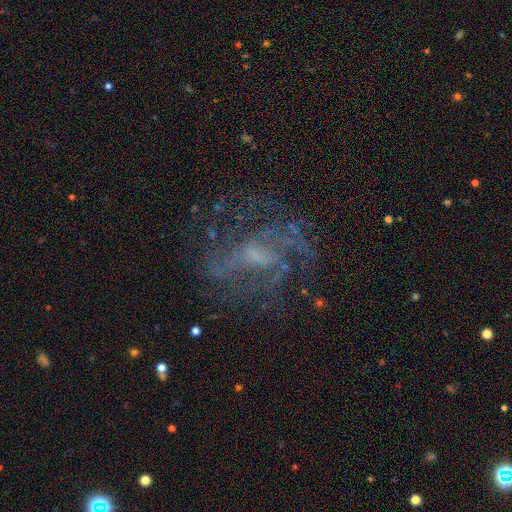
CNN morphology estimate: Smooth or featured?
  - featured or disk: 78% *
  - star or artifact: 12%
  - smooth: 10%
Edge-on disk?
  - no: 96% *
  - yes: 4%
Bar?
  - weak: 49% *
  - no: 35%
  - strong: 16%
Spiral arms?
  - yes: 80% *
  - no: 20%
Spiral winding?
  - medium: 44% *
  - loose: 34%
  - tight: 22%
Spiral arm count?
  - can't tell: 36% *
  - 2: 29%
  - 3: 15%
  - 4: 8%
  - 1: 6%
  - more than 4: 5%
Bulge size?
  - small: 41% *
  - moderate: 30%
  - none: 24%
  - large: 3%
  - dominant: 1%
Merging?
  - none: 61% *
  - major disturbance: 21%
  - minor disturbance: 16%
  - merger: 2%